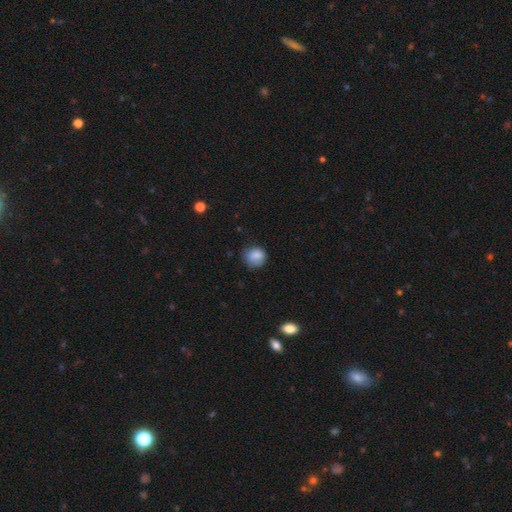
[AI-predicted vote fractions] Overall: smooth (83%). How rounded: round (78%). Merging: none (67%).